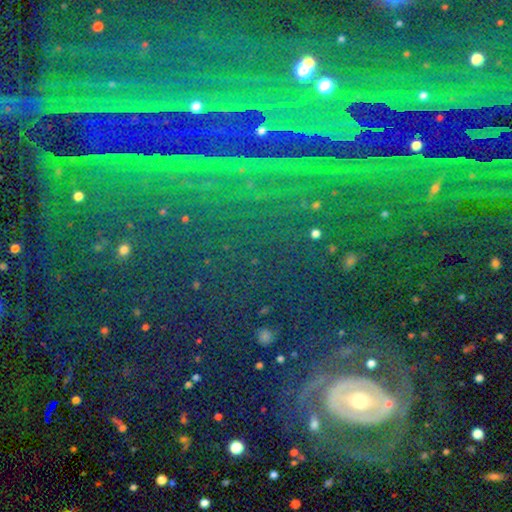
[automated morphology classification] smooth-or-featured: star or artifact: 64% | featured or disk: 21% | smooth: 15%